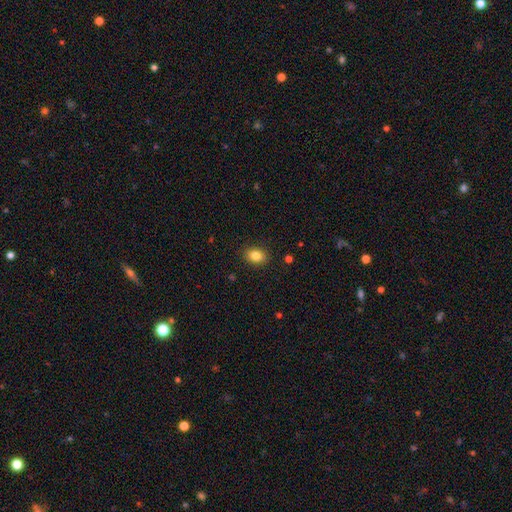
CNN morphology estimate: smooth_or_featured: smooth (p=0.84) [alt: star or artifact p=0.09]
how_rounded: in between (p=0.67) [alt: round p=0.32]
merging: none (p=0.88) [alt: minor disturbance p=0.08]